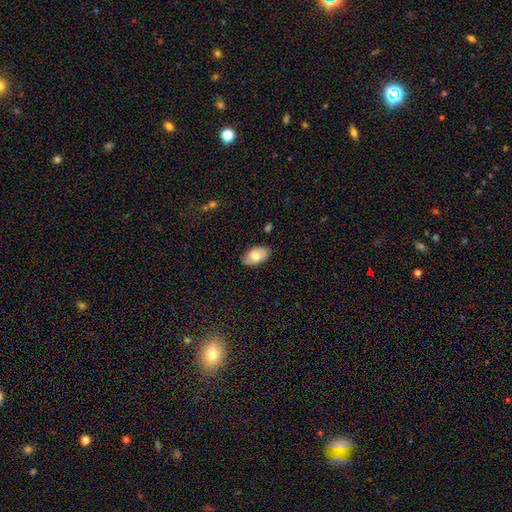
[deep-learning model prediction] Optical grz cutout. It shows a smooth galaxy with no disk features (74%) that is in between round and cigar-shaped (94%). Merging: none (82%).